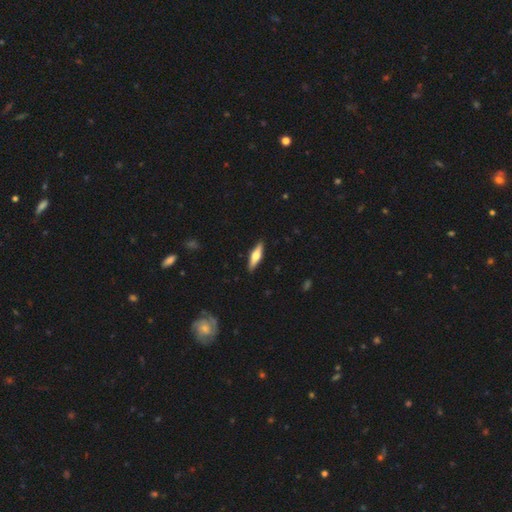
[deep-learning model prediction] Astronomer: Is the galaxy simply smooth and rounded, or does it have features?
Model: smooth — 48% (runner-up: featured or disk, 46%).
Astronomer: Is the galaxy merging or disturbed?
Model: none — 90%.